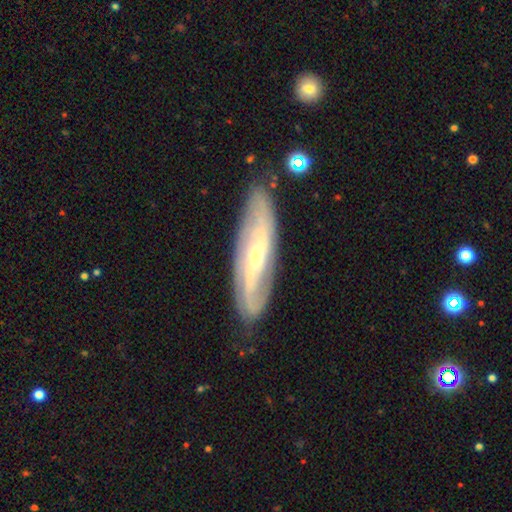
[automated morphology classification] Smooth or featured: featured or disk — 81% (smooth — 13%)
Edge-on disk: no — 80% (yes — 20%)
Bar: weak — 37% (tied with no — 37%)
Spiral arms: yes — 93% (no — 7%)
Spiral winding: medium — 39% (tight — 32%)
Spiral arm count: 2 — 66% (can't tell — 20%)
Bulge size: small — 63% (moderate — 34%)
Merging: none — 81% (minor disturbance — 14%)